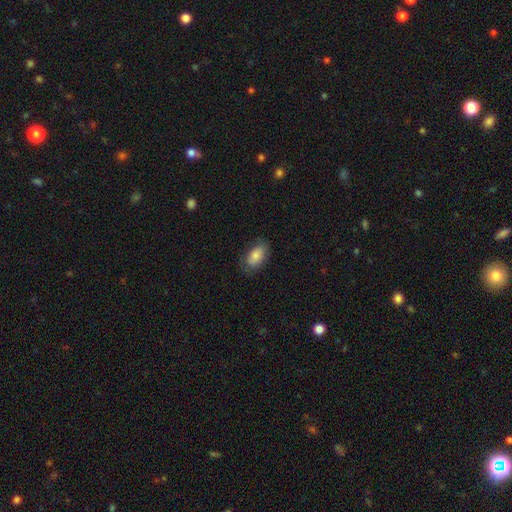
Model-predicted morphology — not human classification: This is clearly a smooth galaxy (82%). How rounded: clearly in between (92%). Merging: likely none (76%).